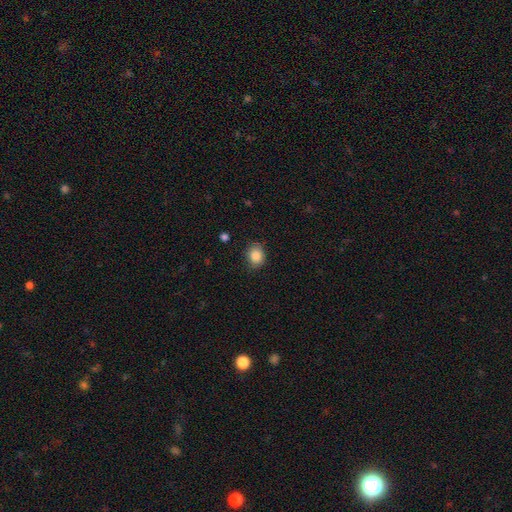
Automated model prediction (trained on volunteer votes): This is clearly a smooth galaxy (87%). How rounded: possibly round (55%). Merging: clearly none (82%).